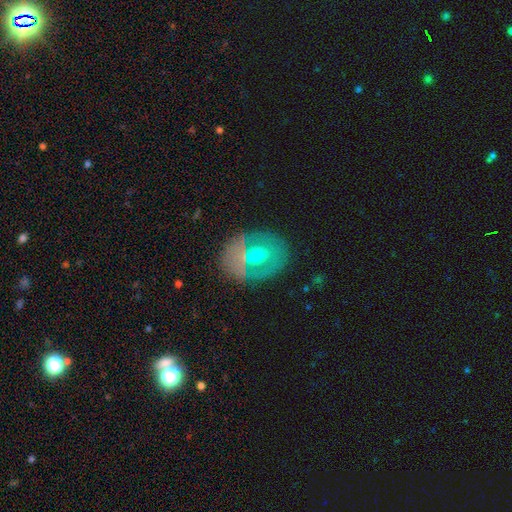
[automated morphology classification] Smooth or featured? Predicted: featured or disk (p=0.55). Edge-on disk? Predicted: no (p=0.95). Bar? Predicted: no (p=0.62). Spiral arms? Predicted: no (p=0.70). Bulge size? Predicted: moderate (p=0.57). Merging? Predicted: none (p=0.63).